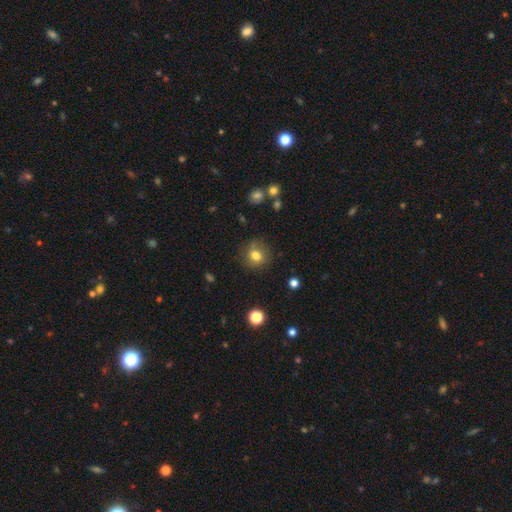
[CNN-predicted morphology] This is likely a smooth galaxy (78%). How rounded: likely round (79%). Merging: likely none (78%).